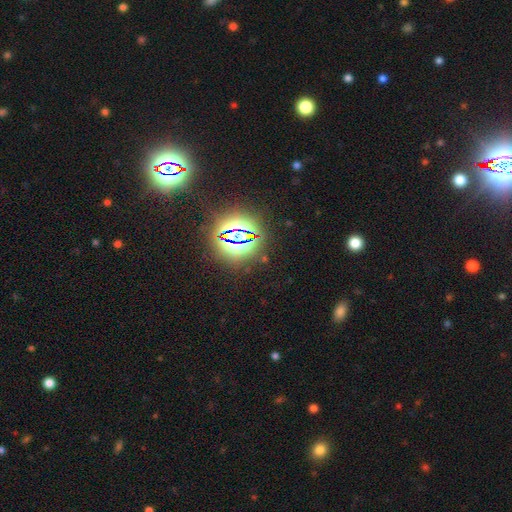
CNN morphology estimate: Smooth or featured?
  - star or artifact: 83% *
  - smooth: 11%
  - featured or disk: 6%